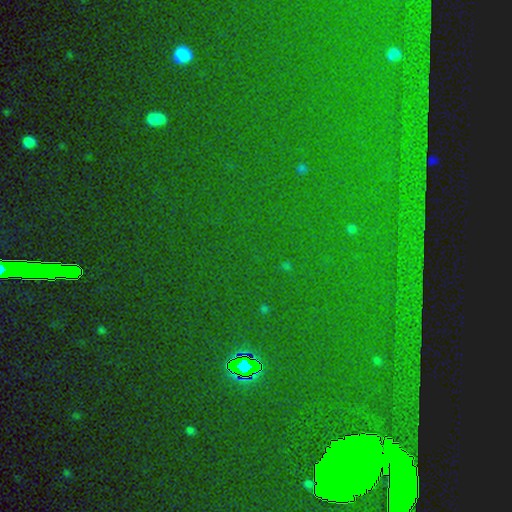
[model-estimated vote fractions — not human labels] A star or artifact, not a galaxy (82%).